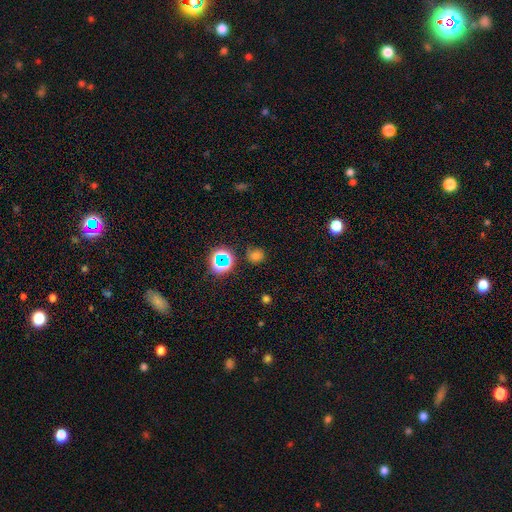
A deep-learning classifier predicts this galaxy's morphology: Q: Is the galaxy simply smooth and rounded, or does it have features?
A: smooth — 64%.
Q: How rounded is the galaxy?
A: round — 87%.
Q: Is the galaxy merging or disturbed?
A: none — 81%.